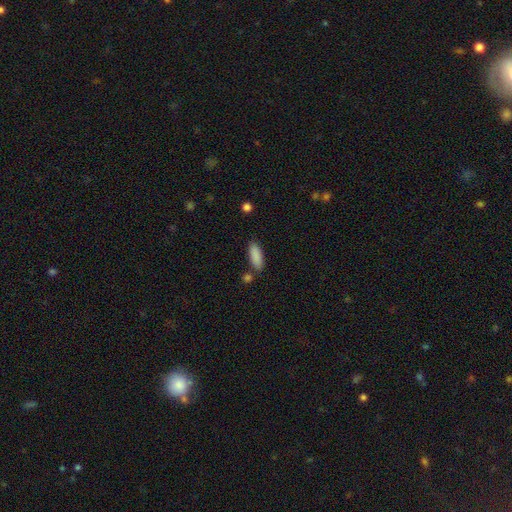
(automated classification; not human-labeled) Morphology: type=smooth (89%); roundness=in between (68%); merging=none (79%).